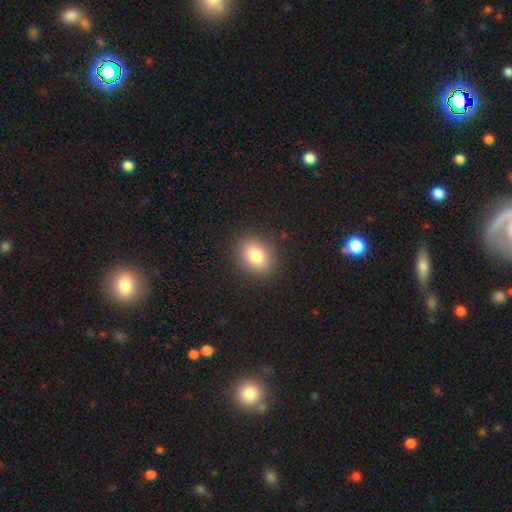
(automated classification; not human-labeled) This appears to be a smooth galaxy with no disk features (81%) that is in between round and cigar-shaped (60%). Merging: none (88%).